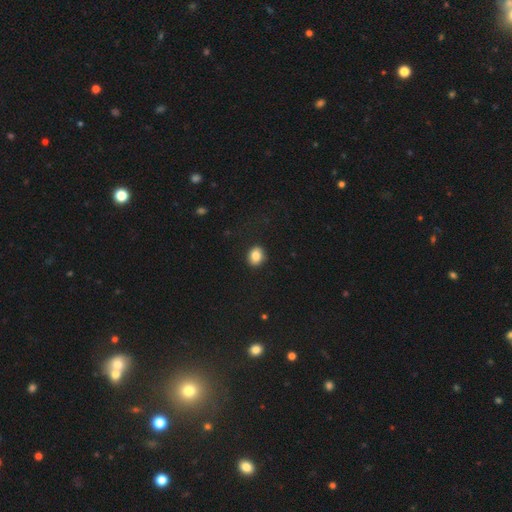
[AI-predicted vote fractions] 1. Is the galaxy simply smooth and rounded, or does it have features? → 85% smooth, 9% star or artifact, 6% featured or disk.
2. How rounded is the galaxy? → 51% round, 48% in between, 1% cigar-shaped.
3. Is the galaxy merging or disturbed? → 87% none, 10% minor disturbance, 3% major disturbance, 1% merger.